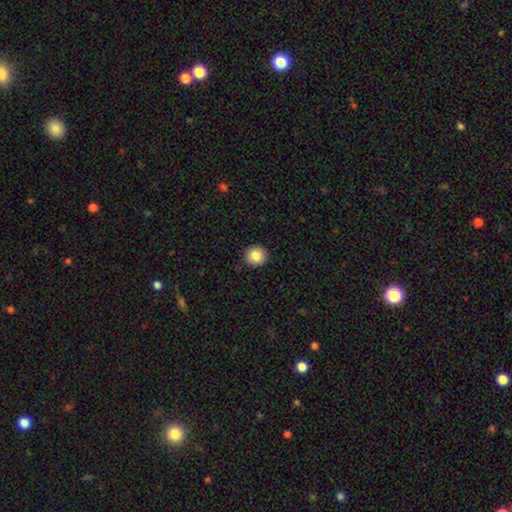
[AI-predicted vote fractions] Smooth or featured? smooth (85%)
How rounded? round (93%)
Merging? none (92%)